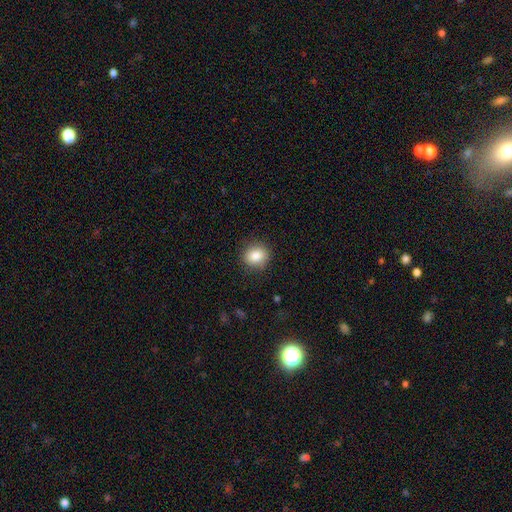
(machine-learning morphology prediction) Overall: smooth (84%). How rounded: round (75%). Merging: none (84%).